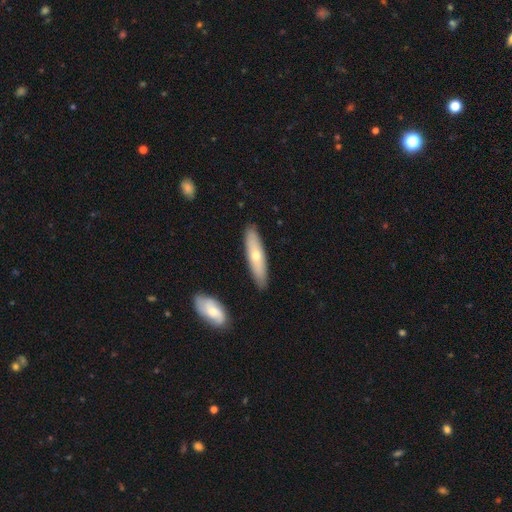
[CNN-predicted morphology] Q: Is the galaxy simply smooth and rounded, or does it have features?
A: smooth — 57%.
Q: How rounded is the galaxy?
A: cigar-shaped — 72%.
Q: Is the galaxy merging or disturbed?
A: none — 88%.